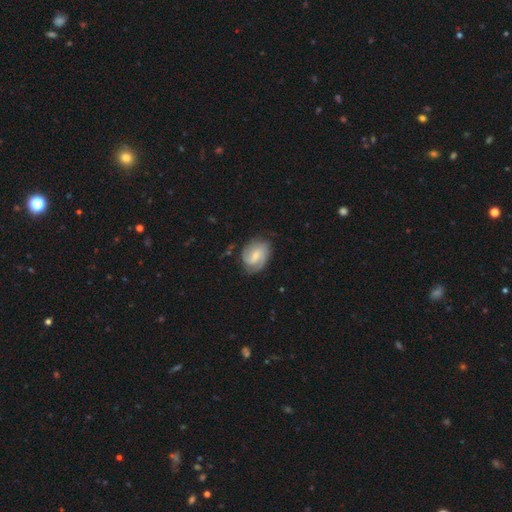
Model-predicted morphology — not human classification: smooth_or_featured: featured or disk (p=0.76) [alt: smooth p=0.19]
disk_edge_on: no (p=0.98) [alt: yes p=0.02]
bar: weak (p=0.57) [alt: no p=0.28]
has_spiral_arms: yes (p=0.95) [alt: no p=0.05]
spiral_winding: medium (p=0.45) [alt: tight p=0.38]
spiral_arm_count: 2 (p=0.62) [alt: can't tell p=0.14]
bulge_size: small (p=0.53) [alt: moderate p=0.34]
merging: none (p=0.71) [alt: minor disturbance p=0.20]